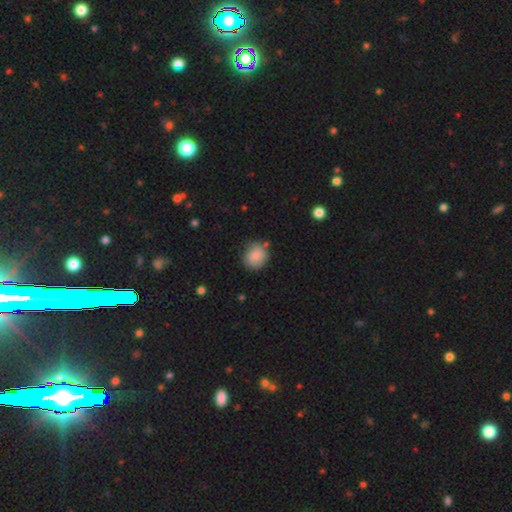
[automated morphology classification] type=smooth (83%); roundness=round (77%); merging=none (68%).